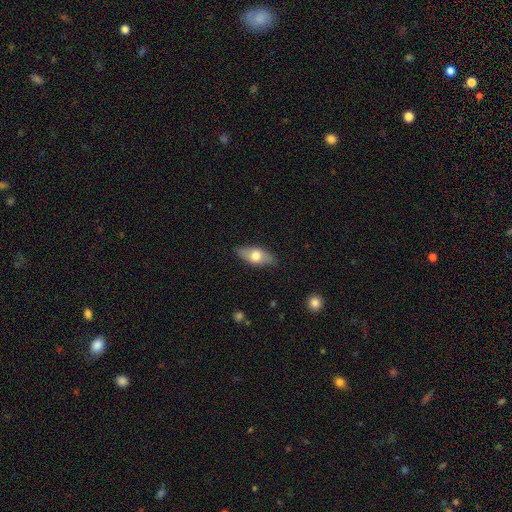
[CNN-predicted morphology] This appears to be a smooth galaxy with no disk features (65%) that is in between round and cigar-shaped (83%). Merging: none (84%).